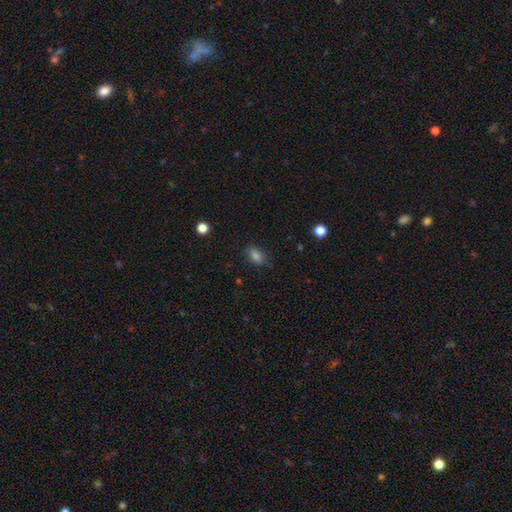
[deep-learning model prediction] Morphology: type=smooth (81%); roundness=in between (85%); merging=none (77%).